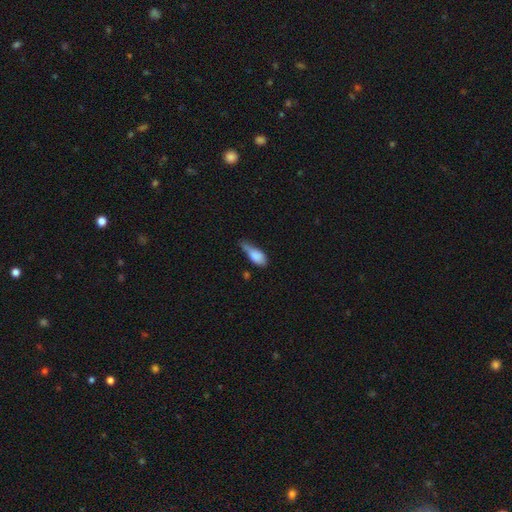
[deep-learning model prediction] Smooth or featured?
  - smooth: 80% *
  - featured or disk: 13%
  - star or artifact: 7%
How rounded?
  - in between: 78% *
  - cigar-shaped: 18%
  - round: 4%
Merging?
  - minor disturbance: 47% *
  - none: 26%
  - major disturbance: 20%
  - merger: 7%